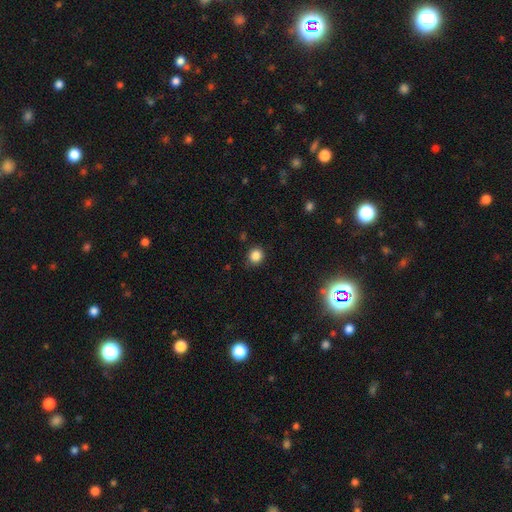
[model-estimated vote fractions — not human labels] Smooth or featured? smooth (84%)
How rounded? round (86%)
Merging? none (87%)